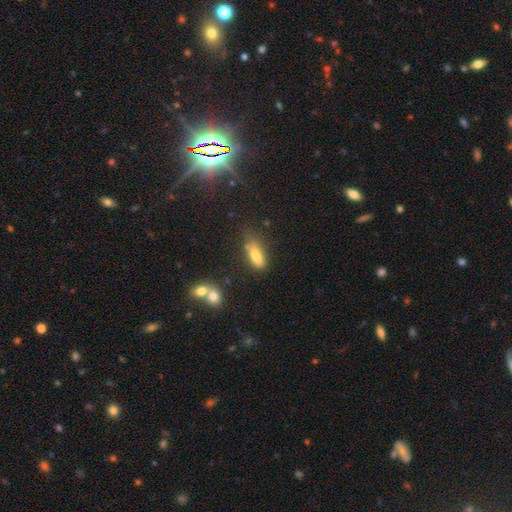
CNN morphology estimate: Overall: smooth (73%). How rounded: in between (67%; cigar-shaped 29%). Merging: none (54%; minor disturbance 26%).